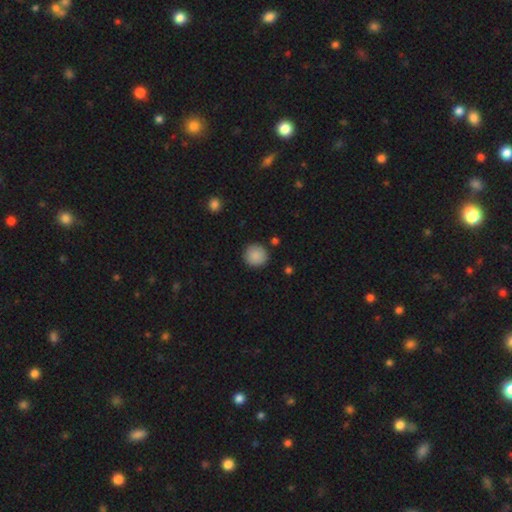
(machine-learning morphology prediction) Smooth or featured? smooth (88%)
How rounded? round (93%)
Merging? none (89%)